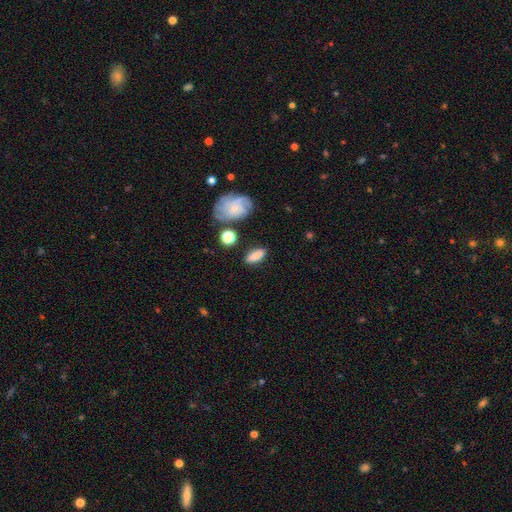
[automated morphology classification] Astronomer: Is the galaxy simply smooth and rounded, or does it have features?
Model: smooth — 76%.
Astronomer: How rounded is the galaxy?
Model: in between — 60%.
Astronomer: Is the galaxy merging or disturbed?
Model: none — 75%.